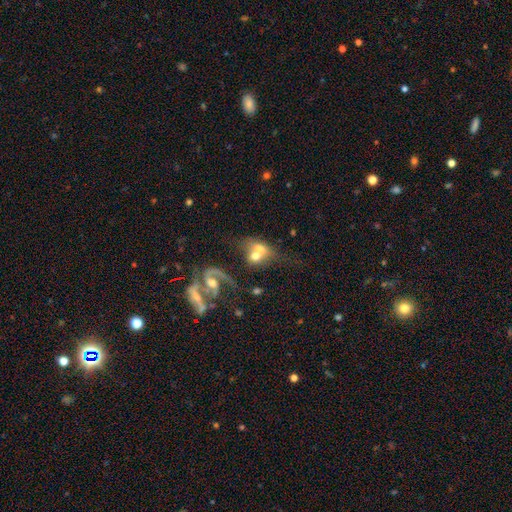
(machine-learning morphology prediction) This is possibly a smooth galaxy (49%). Merging: likely merger (67%).